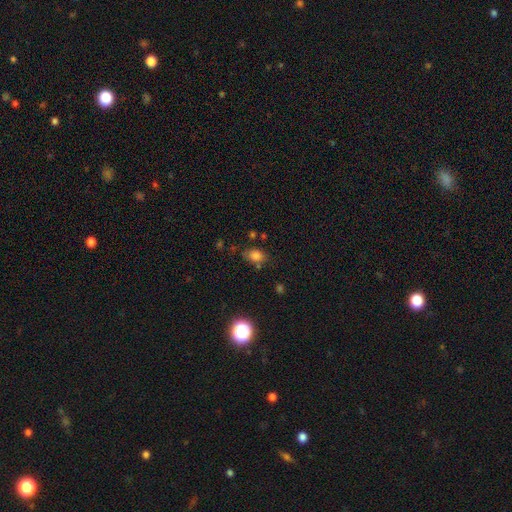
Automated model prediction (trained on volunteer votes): This is likely a smooth galaxy (76%). How rounded: likely in between (70%). Merging: likely none (68%).